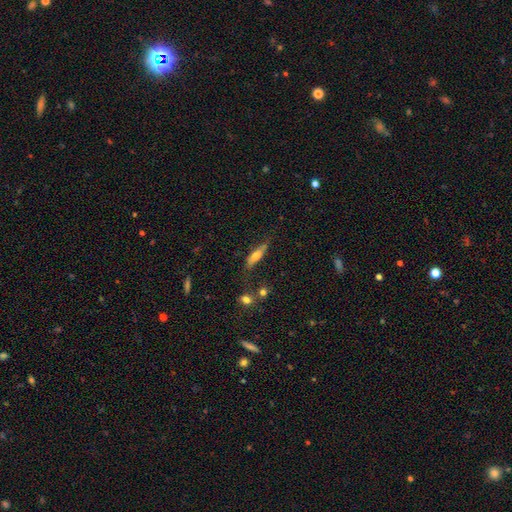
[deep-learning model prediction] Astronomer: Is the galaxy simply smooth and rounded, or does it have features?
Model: smooth — 58% (runner-up: featured or disk, 34%).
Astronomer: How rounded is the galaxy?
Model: cigar-shaped — 64%.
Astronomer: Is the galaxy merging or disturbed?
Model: none — 63%.